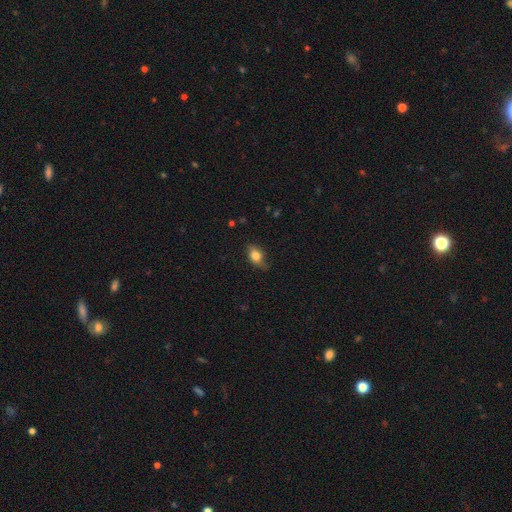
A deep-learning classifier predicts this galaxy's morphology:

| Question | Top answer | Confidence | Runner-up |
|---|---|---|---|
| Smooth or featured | smooth | 79% | featured or disk (13%) |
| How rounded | in between | 82% | round (15%) |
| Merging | none | 69% | minor disturbance (25%) |